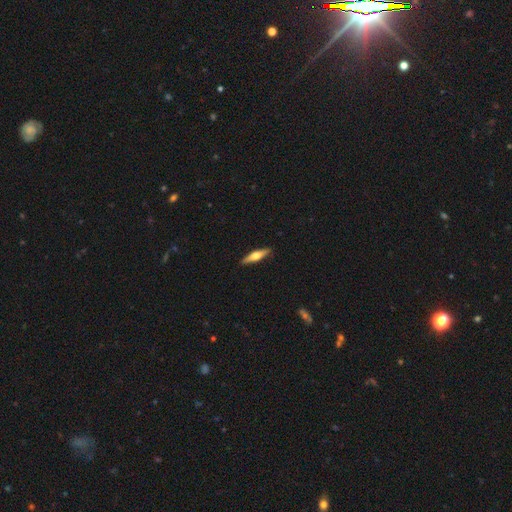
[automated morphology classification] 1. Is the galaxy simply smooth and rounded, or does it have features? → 54% featured or disk, 41% smooth, 5% star or artifact.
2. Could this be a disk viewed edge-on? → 95% yes, 5% no.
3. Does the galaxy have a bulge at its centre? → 93% rounded, 4% boxy, 3% none.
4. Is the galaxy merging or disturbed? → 91% none, 7% minor disturbance, 1% major disturbance, 1% merger.